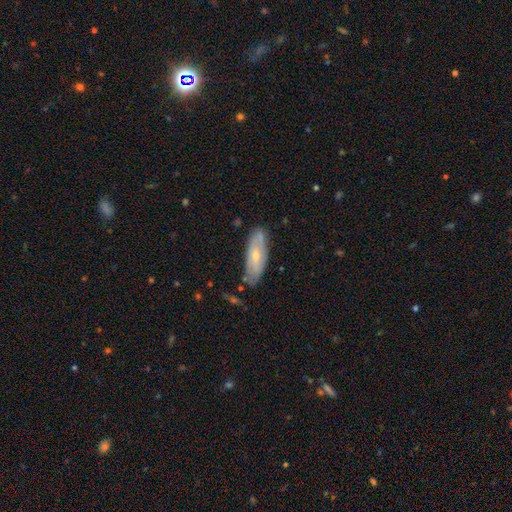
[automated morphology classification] The model was most divided on "smooth or featured" (2-way tie): featured or disk: 47%, smooth: 47%, star or artifact: 6%. More confident: merging — none (76%).